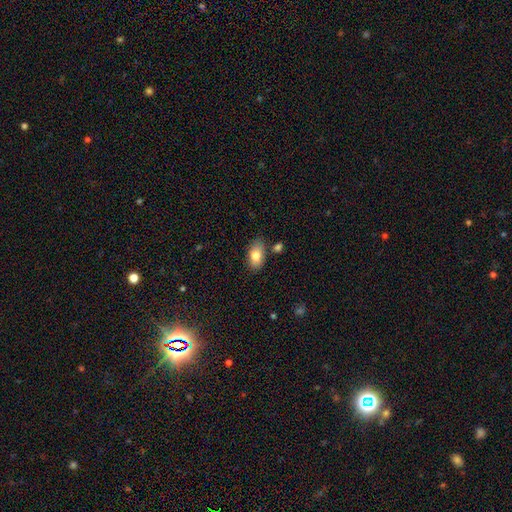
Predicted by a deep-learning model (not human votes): This appears to be a smooth galaxy with no disk features (80%) that is in between round and cigar-shaped (91%). Merging: none (77%).